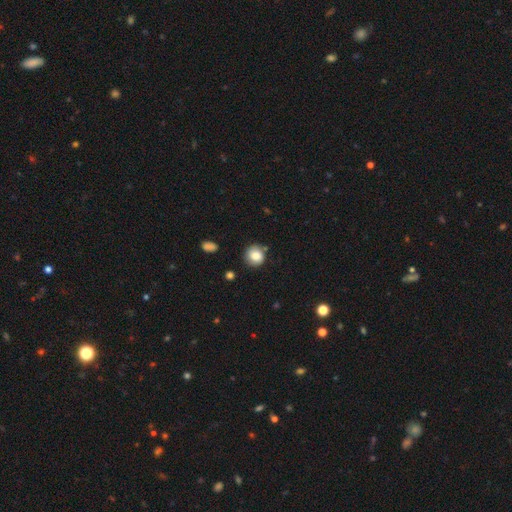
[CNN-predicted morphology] smooth_or_featured: smooth (p=0.83) [alt: star or artifact p=0.09]
how_rounded: round (p=0.86) [alt: in between p=0.13]
merging: none (p=0.78) [alt: minor disturbance p=0.15]